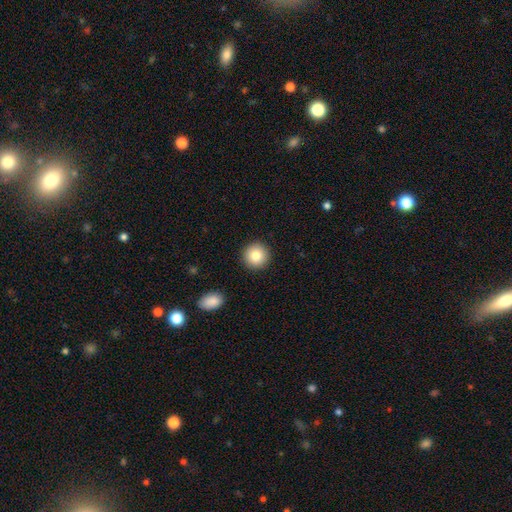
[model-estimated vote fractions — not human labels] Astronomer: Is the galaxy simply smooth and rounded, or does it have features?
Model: smooth — 82%.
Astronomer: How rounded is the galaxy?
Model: round — 95%.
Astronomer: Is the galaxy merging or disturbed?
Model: none — 92%.